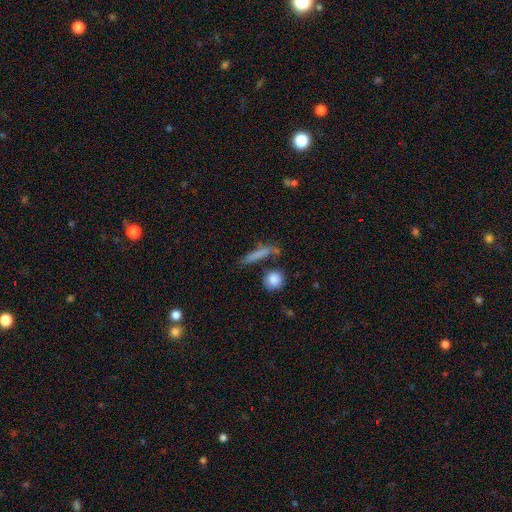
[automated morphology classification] Smooth or featured? smooth (66%)
How rounded? cigar-shaped (81%)
Merging? none (72%)